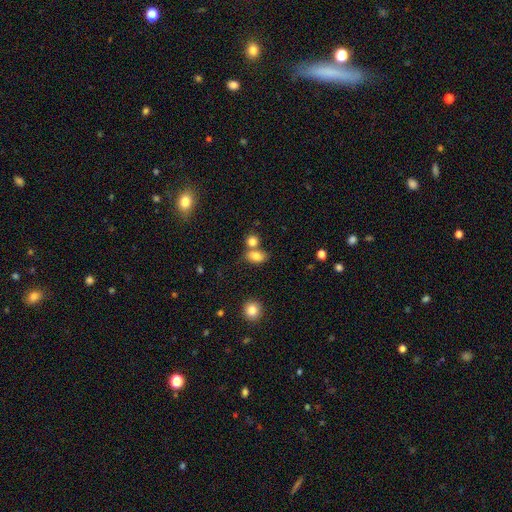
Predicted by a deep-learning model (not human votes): Q: Smooth or featured?
A: smooth (82%); runner-up: star or artifact (9%)
Q: How rounded?
A: in between (80%); runner-up: round (17%)
Q: Merging?
A: none (49%); runner-up: merger (34%)